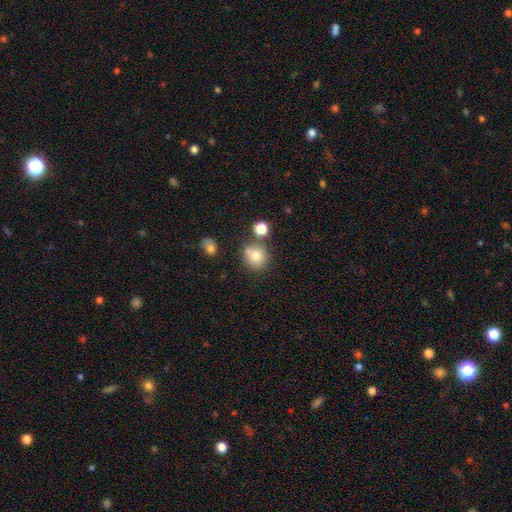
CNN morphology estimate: smooth-or-featured: smooth: 78% | star or artifact: 12% | featured or disk: 10%
  how-rounded: round: 82% | in between: 17% | cigar-shaped: 1%
  merging: none: 66% | merger: 17% | minor disturbance: 13% | major disturbance: 4%